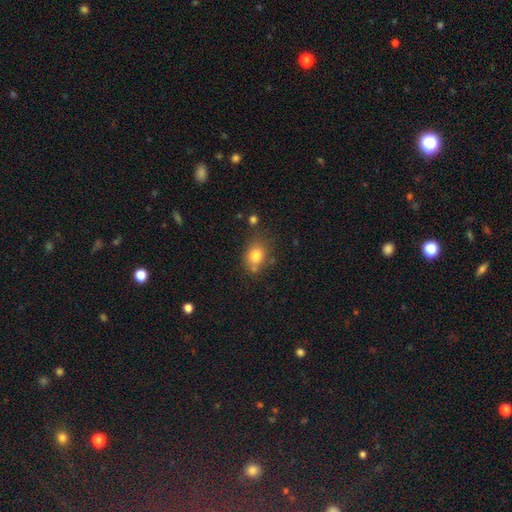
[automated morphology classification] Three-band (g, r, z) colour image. It shows a smooth galaxy with no disk features (80%) that is in between round and cigar-shaped (56%). Merging: none (66%).